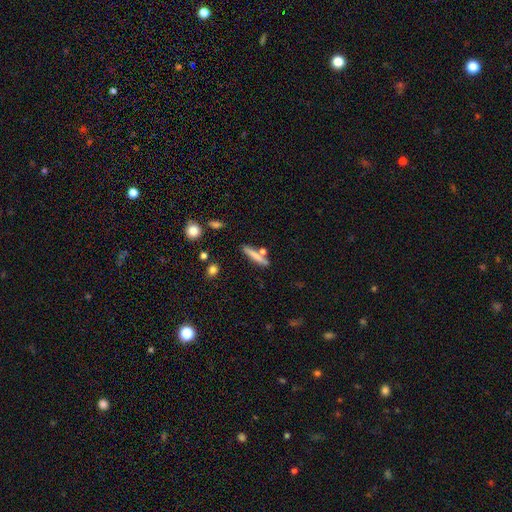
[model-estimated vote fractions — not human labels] Q: Smooth or featured?
A: smooth (70%); runner-up: featured or disk (22%)
Q: How rounded?
A: cigar-shaped (89%); runner-up: in between (9%)
Q: Merging?
A: none (75%); runner-up: minor disturbance (11%)